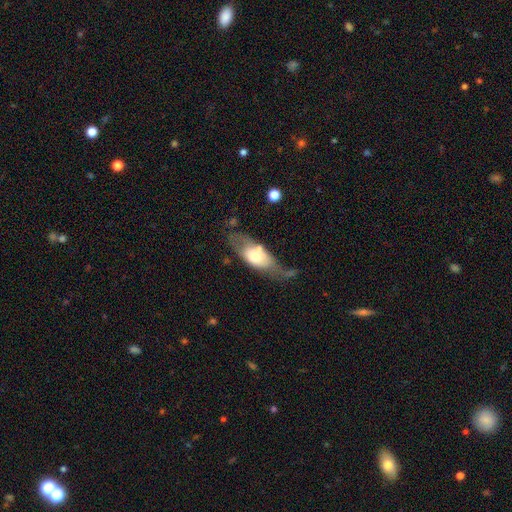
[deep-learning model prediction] smooth 56%, featured or disk 37%, star or artifact 6%. Down the decision tree: how rounded — in between (81%); merging — none (39%).